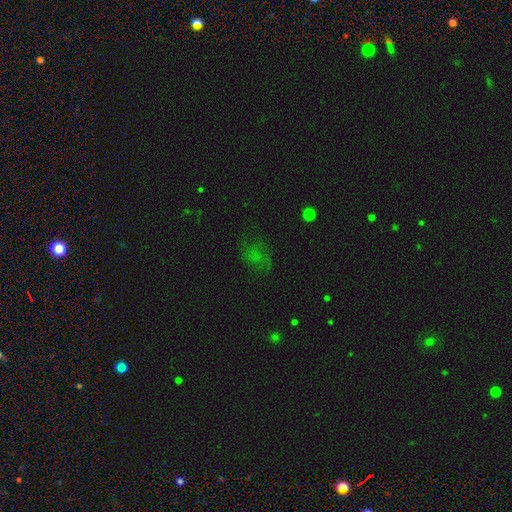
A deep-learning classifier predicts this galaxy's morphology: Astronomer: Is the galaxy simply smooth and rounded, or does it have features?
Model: smooth — 49% (runner-up: star or artifact, 34%).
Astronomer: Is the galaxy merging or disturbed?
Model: none — 60%.